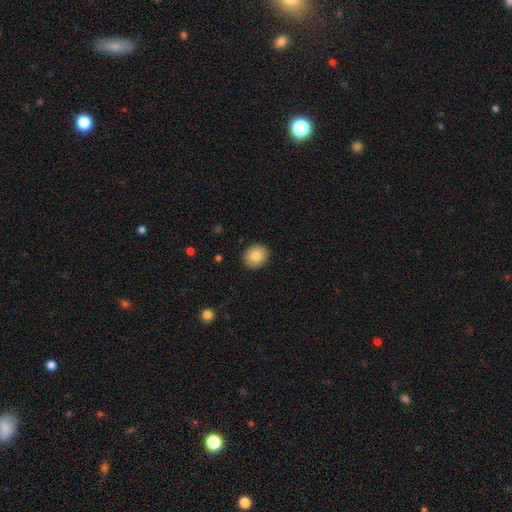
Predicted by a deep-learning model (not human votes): Smooth or featured? smooth (82%)
How rounded? round (69%)
Merging? none (91%)